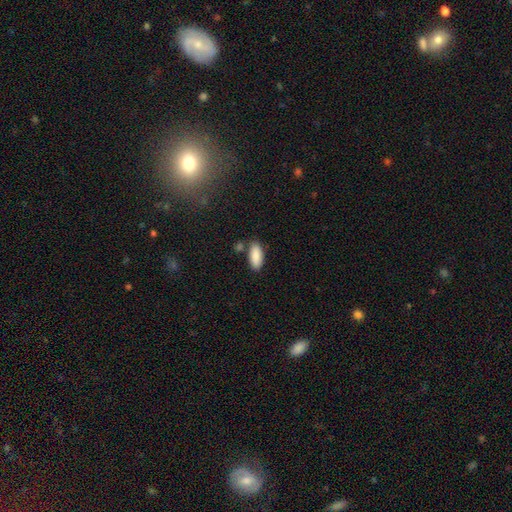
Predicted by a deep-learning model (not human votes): Smooth or featured?
  - smooth: 89% *
  - star or artifact: 6%
  - featured or disk: 5%
How rounded?
  - in between: 86% *
  - cigar-shaped: 12%
  - round: 2%
Merging?
  - none: 76% *
  - minor disturbance: 12%
  - merger: 9%
  - major disturbance: 3%